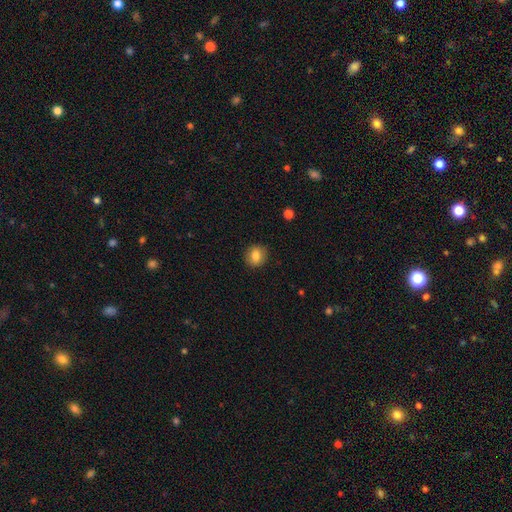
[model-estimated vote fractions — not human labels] Morphology: type=smooth (81%); roundness=round (72%); merging=none (88%).